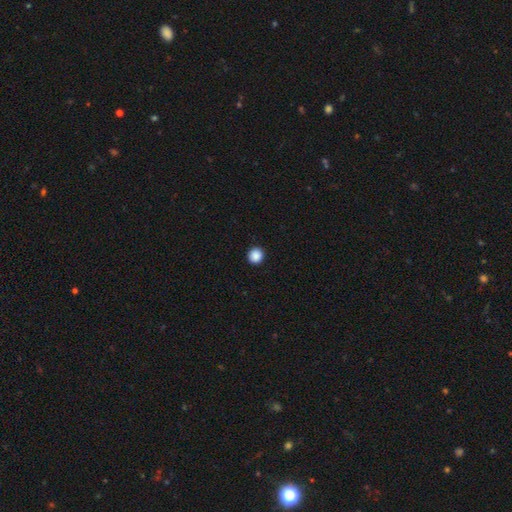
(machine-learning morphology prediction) A smooth galaxy with no disk features (89%) that is round (92%). Merging: none (93%).